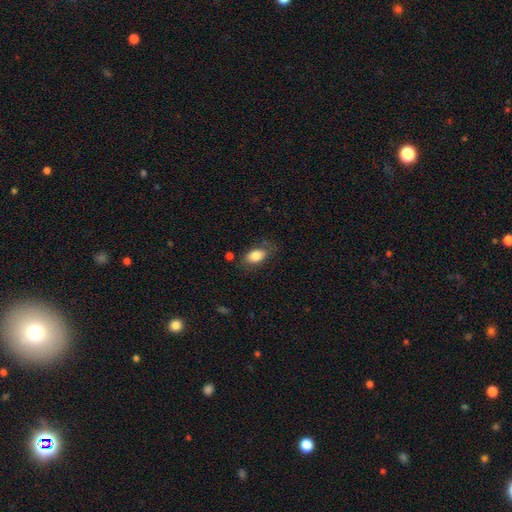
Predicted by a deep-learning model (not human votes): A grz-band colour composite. It shows a smooth galaxy with no disk features (81%) that is in between round and cigar-shaped (89%). Merging: none (69%).